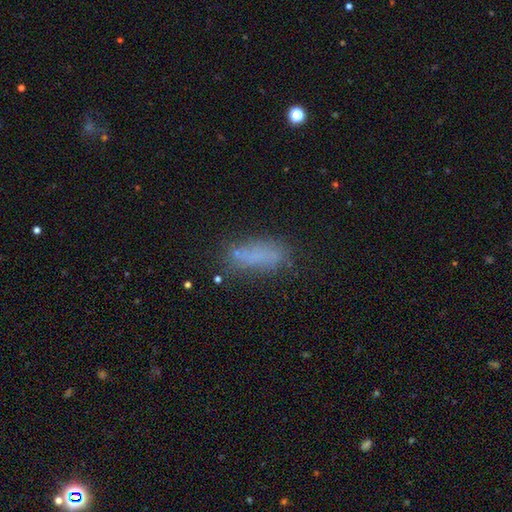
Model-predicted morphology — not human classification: smooth 66%, featured or disk 20%, star or artifact 14%. Down the decision tree: how rounded — in between (62%); merging — none (62%).